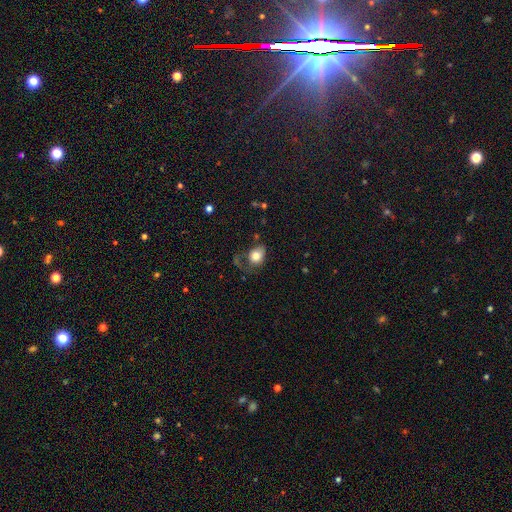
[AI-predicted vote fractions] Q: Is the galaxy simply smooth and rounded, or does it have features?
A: smooth — 76%.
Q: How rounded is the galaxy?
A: in between — 57%.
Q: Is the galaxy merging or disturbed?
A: none — 41%.